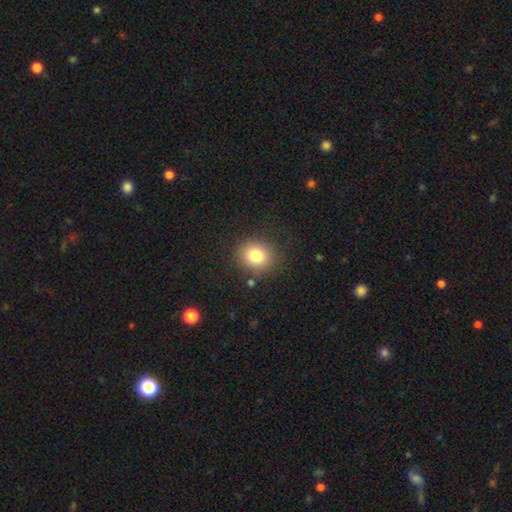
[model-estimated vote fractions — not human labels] Overall: smooth (80%). How rounded: round (76%). Merging: none (85%).